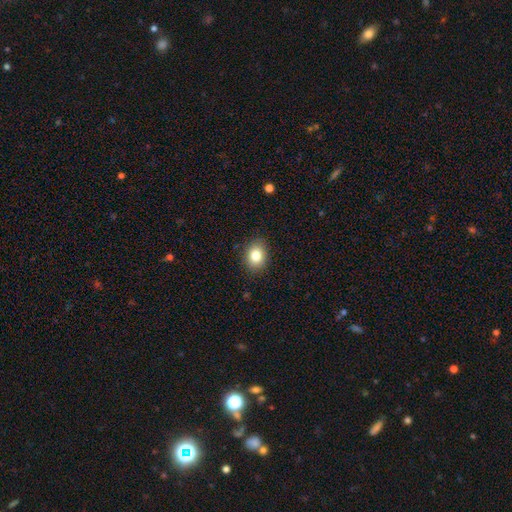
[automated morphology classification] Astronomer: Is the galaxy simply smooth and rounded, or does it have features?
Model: smooth — 82%.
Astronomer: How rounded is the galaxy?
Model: in between — 54% (runner-up: round, 45%).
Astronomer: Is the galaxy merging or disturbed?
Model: none — 87%.